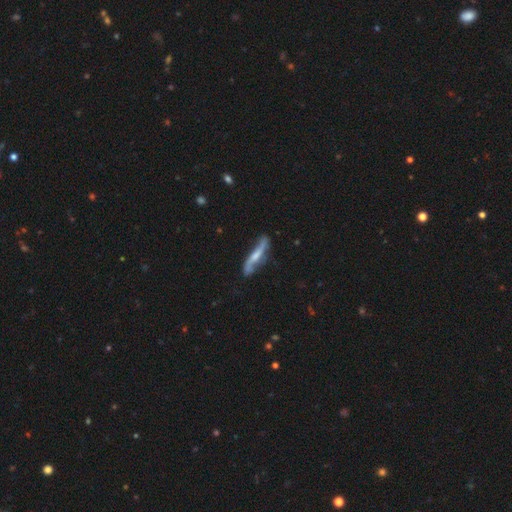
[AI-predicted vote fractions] Q: Smooth or featured?
A: featured or disk (70%); runner-up: smooth (25%)
Q: Edge-on disk?
A: no (58%); runner-up: yes (42%)
Q: Merging?
A: none (66%); runner-up: minor disturbance (23%)